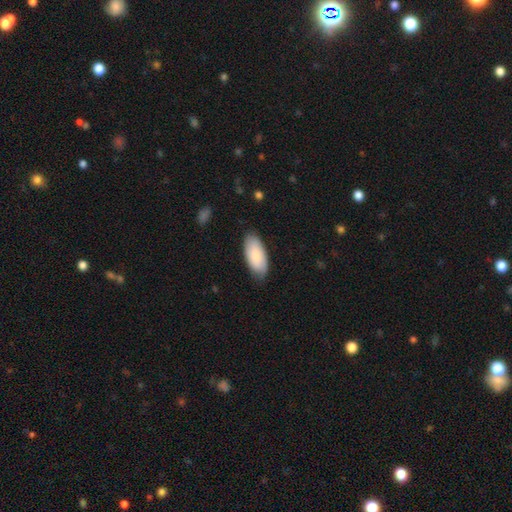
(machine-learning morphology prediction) Smooth or featured? smooth (80%)
How rounded? in between (91%)
Merging? none (79%)